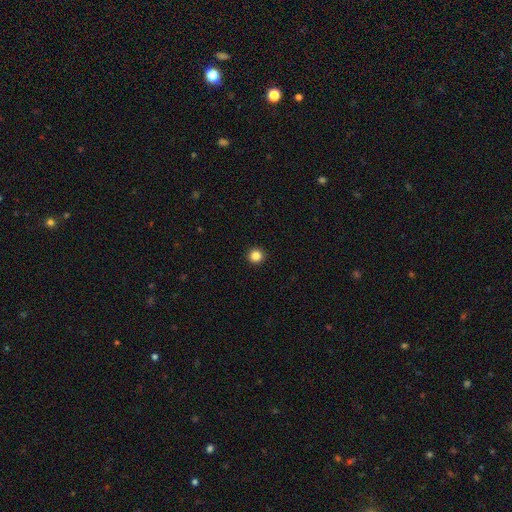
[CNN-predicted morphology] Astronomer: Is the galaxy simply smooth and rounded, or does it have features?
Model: smooth — 85%.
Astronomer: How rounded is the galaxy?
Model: round — 96%.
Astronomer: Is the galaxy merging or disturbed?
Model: none — 94%.